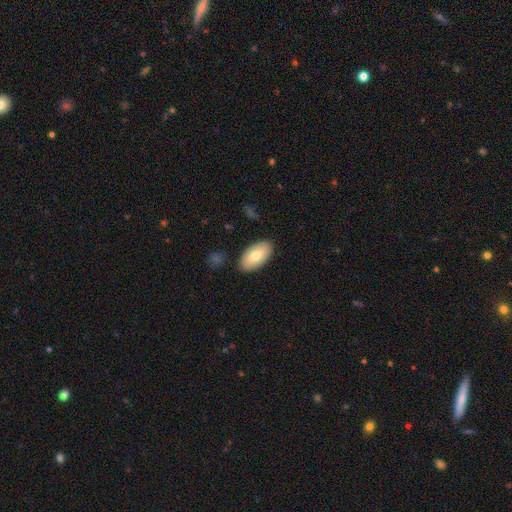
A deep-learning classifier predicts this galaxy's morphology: This is likely a smooth galaxy (73%). How rounded: clearly in between (95%). Merging: clearly none (86%).